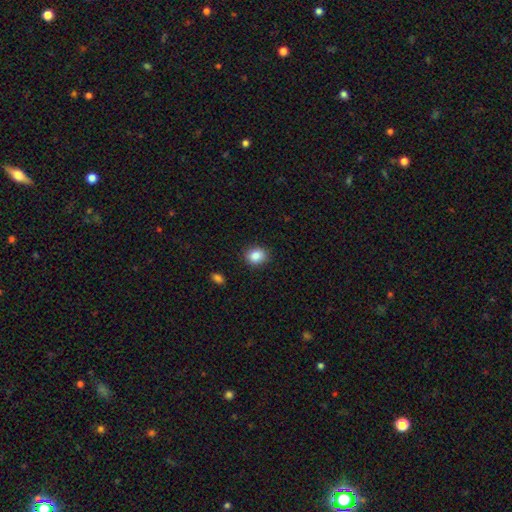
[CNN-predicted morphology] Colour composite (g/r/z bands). It shows a smooth galaxy with no disk features (86%) that is round (56%). Merging: none (88%).